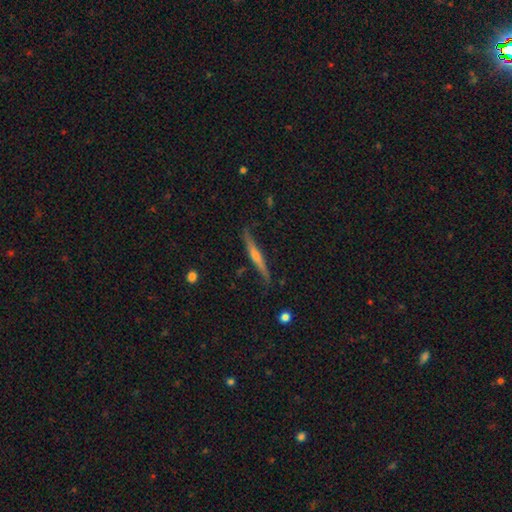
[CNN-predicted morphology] Smooth or featured?
  - featured or disk: 66% *
  - smooth: 28%
  - star or artifact: 6%
Edge-on disk?
  - yes: 96% *
  - no: 4%
Edge-on bulge?
  - rounded: 65% *
  - none: 26%
  - boxy: 9%
Merging?
  - none: 81% *
  - minor disturbance: 14%
  - major disturbance: 3%
  - merger: 2%